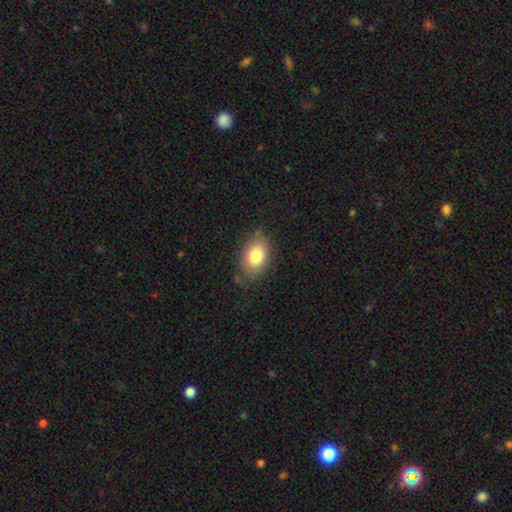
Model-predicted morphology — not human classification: Smooth or featured? Predicted: smooth (p=0.81). How rounded? Predicted: in between (p=0.84). Merging? Predicted: none (p=0.75).